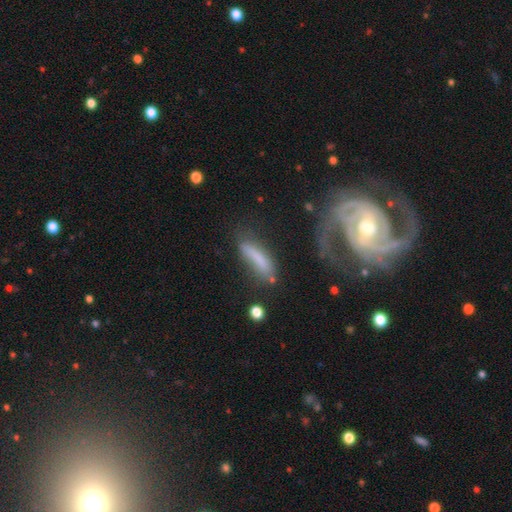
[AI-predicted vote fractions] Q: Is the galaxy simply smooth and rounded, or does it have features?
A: smooth — 64%.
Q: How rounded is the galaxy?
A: cigar-shaped — 72%.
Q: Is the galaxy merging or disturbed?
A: none — 46%.